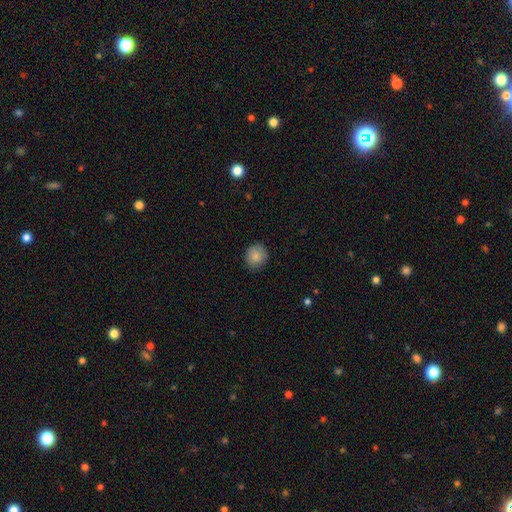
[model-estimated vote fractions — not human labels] This is clearly a smooth galaxy (85%). How rounded: clearly round (85%). Merging: clearly none (86%).